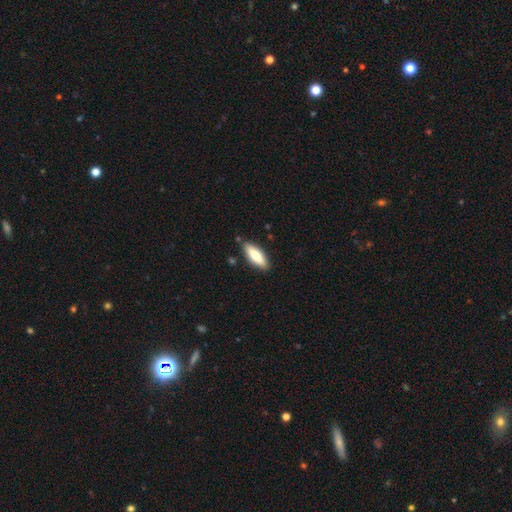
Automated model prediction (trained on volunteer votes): The model was most divided on "how rounded": in between: 60%, cigar-shaped: 38%, round: 2%. More confident: merging — none (85%); smooth or featured — smooth (77%).